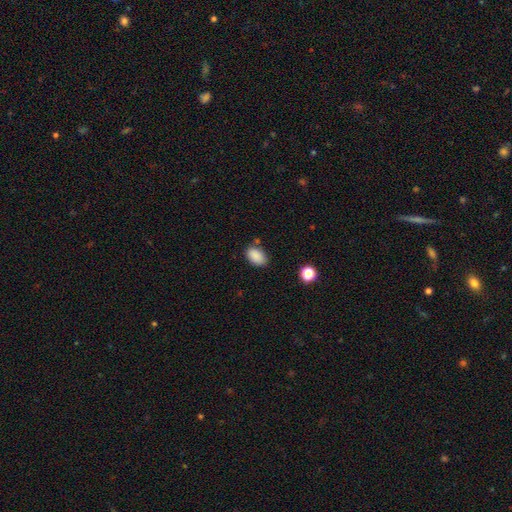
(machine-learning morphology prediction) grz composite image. It shows a smooth galaxy with no disk features (88%) that is in between round and cigar-shaped (88%). Merging: none (77%).